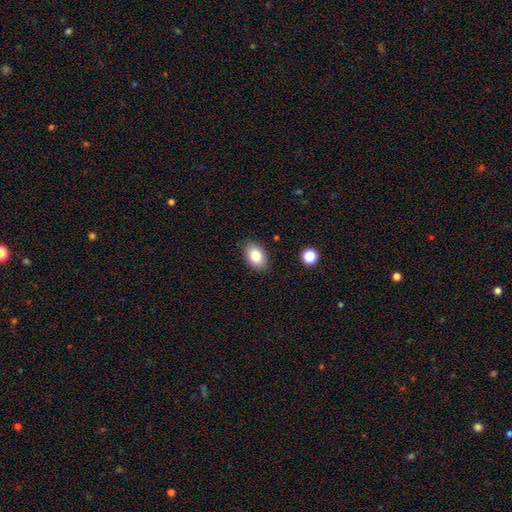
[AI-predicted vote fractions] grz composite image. It shows a smooth galaxy with no disk features (83%) that is in between round and cigar-shaped (87%). Merging: none (87%).